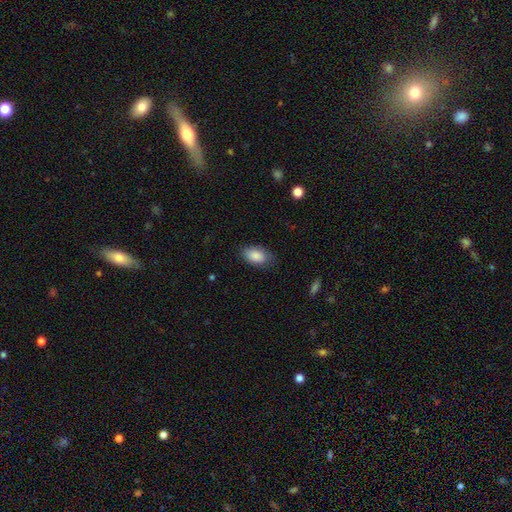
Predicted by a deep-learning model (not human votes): A smooth galaxy with no disk features (87%) that is in between round and cigar-shaped (91%).

Vote fractions:
- Smooth or featured? smooth: 87% / star or artifact: 7% / featured or disk: 6%
- How rounded? in between: 91% / round: 7% / cigar-shaped: 2%
- Merging? none: 78% / minor disturbance: 17% / major disturbance: 4% / merger: 1%